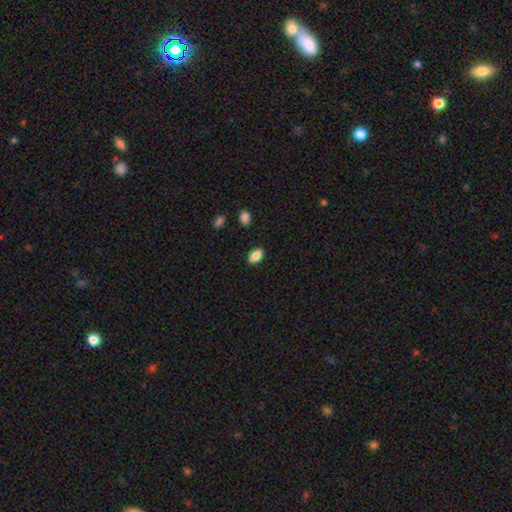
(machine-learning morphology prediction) This is clearly a smooth galaxy (87%). How rounded: clearly in between (90%). Merging: clearly none (88%).